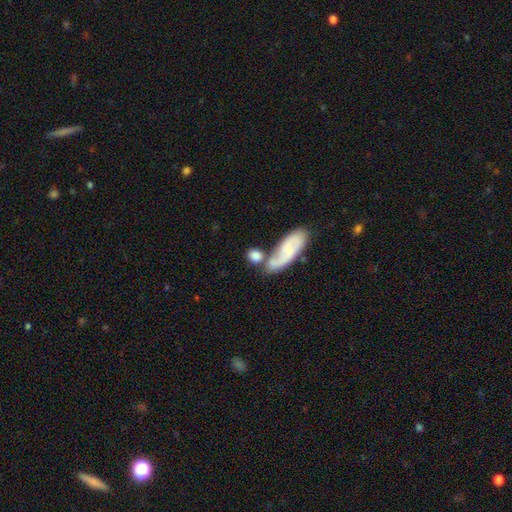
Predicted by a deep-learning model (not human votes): Morphology: type=smooth (75%); roundness=round (45%, tied with in between); merging=none (46%).